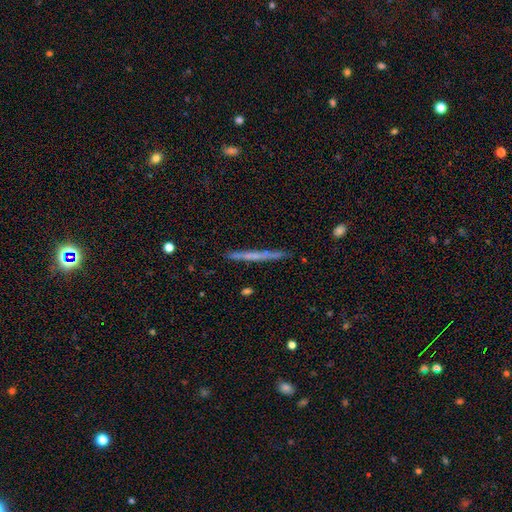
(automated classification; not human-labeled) The model was most divided on "smooth or featured": featured or disk: 49%, smooth: 43%, star or artifact: 8%. More confident: merging — none (90%).